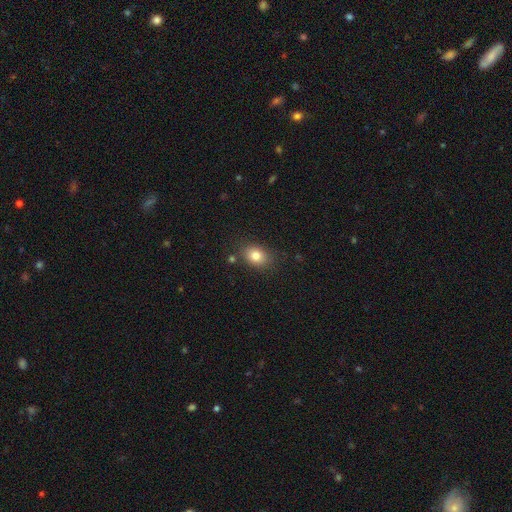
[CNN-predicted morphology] smooth 82%, star or artifact 10%, featured or disk 8%. Down the decision tree: how rounded — in between (64%); merging — none (80%).